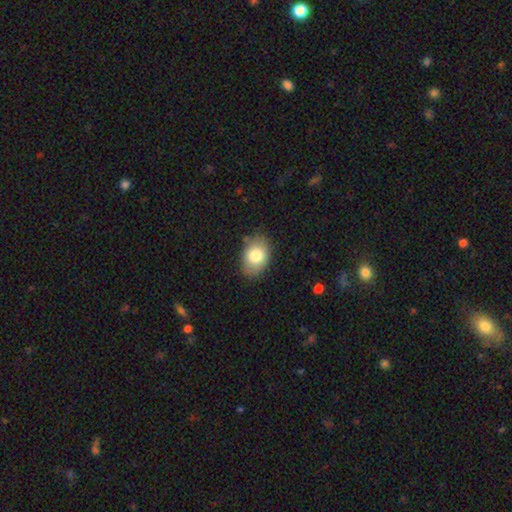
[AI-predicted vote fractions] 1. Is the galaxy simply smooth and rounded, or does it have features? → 80% smooth, 12% featured or disk, 7% star or artifact.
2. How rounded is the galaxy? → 81% in between, 18% round, 1% cigar-shaped.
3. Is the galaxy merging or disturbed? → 80% none, 15% minor disturbance, 3% major disturbance, 1% merger.